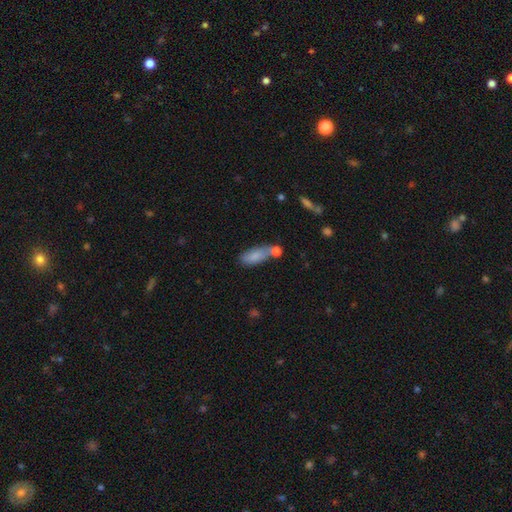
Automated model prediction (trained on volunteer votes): A smooth galaxy with no disk features (80%) that is in between round and cigar-shaped (72%). Merging: none (40%).